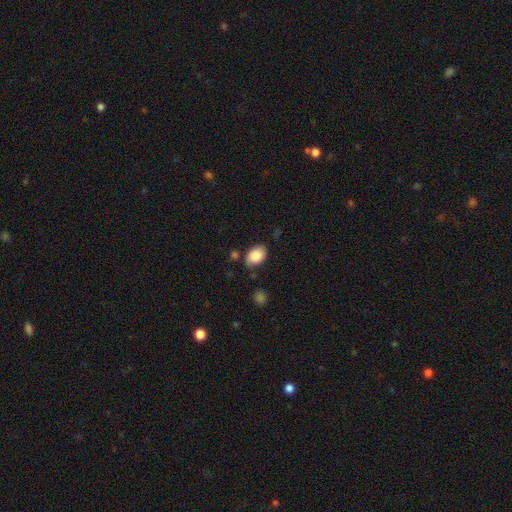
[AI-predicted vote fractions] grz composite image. It shows a smooth galaxy with no disk features (86%) that is in between round and cigar-shaped (81%). Merging: none (67%).